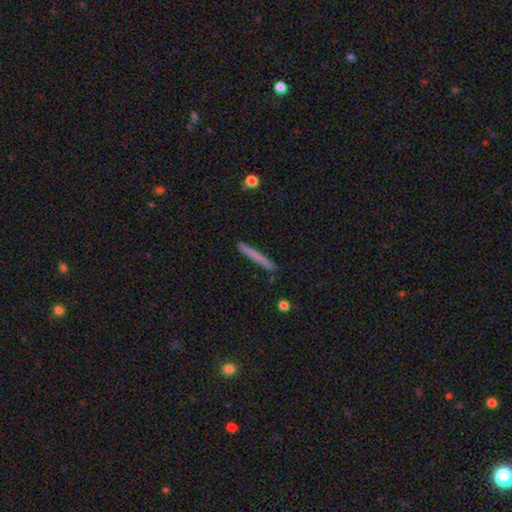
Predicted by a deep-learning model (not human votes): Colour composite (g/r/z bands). It shows a smooth galaxy with no disk features (68%) that is cigar-shaped (97%). Merging: none (90%).